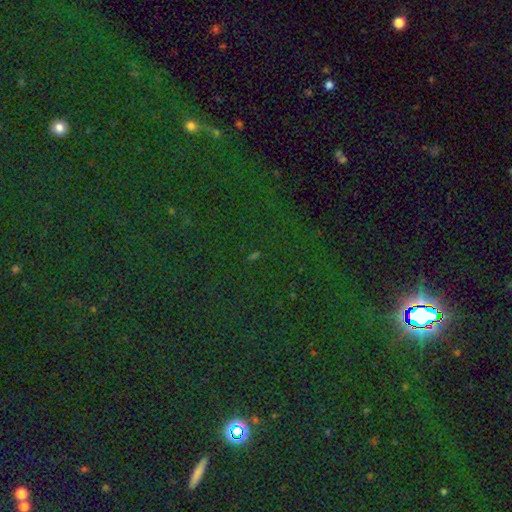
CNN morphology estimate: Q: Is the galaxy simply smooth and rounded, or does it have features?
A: star or artifact — 81%.